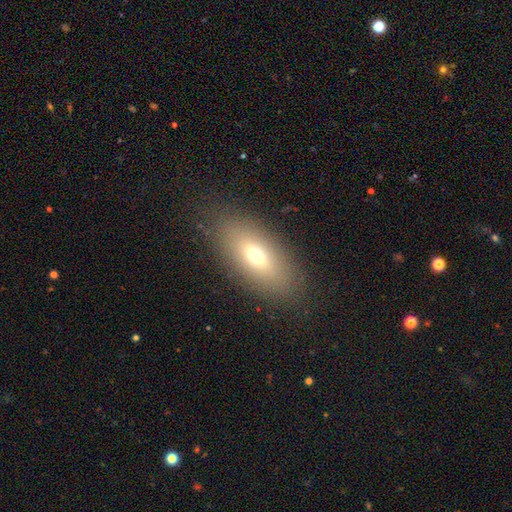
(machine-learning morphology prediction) Smooth or featured? smooth (66%)
How rounded? in between (82%)
Merging? none (84%)